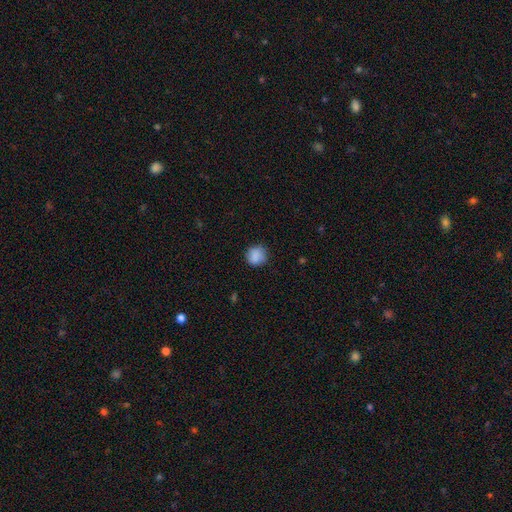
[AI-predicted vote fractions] Q: Smooth or featured?
A: smooth (86%); runner-up: star or artifact (9%)
Q: How rounded?
A: round (86%); runner-up: in between (14%)
Q: Merging?
A: none (80%); runner-up: minor disturbance (15%)